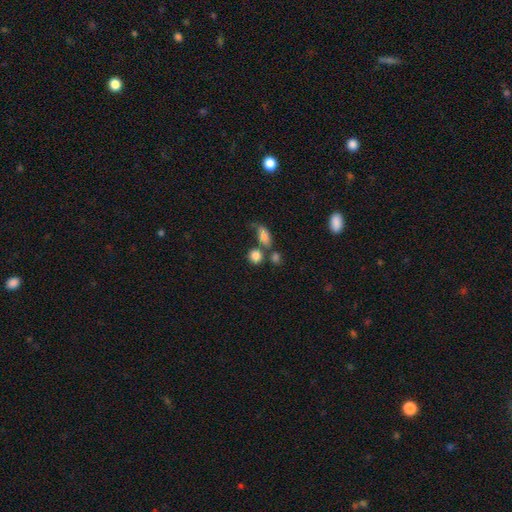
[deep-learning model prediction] smooth 83%, star or artifact 10%, featured or disk 7%. Down the decision tree: how rounded — round (72%); merging — none (54%).